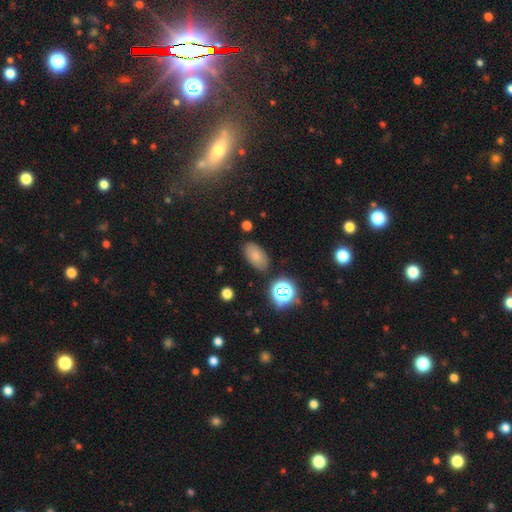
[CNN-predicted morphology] type=smooth (76%); roundness=in between (91%); merging=none (82%).